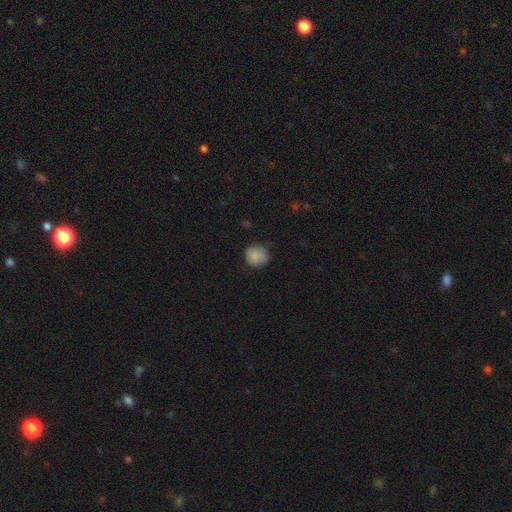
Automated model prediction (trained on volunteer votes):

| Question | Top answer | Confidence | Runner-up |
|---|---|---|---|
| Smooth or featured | smooth | 86% | star or artifact (8%) |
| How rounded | round | 87% | in between (12%) |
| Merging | none | 79% | minor disturbance (17%) |